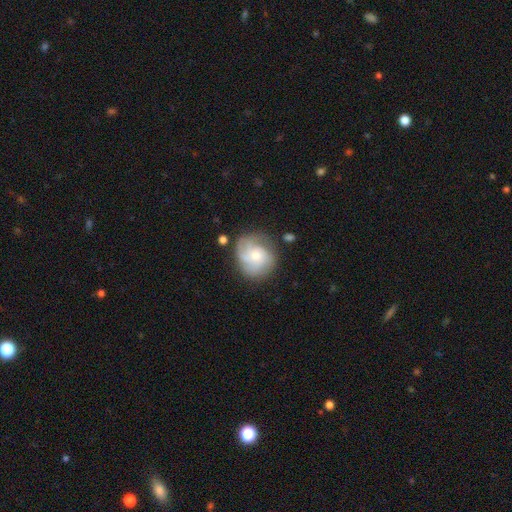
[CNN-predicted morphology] A featured or disk galaxy (68%) with no bar (76%), 3 (38%) tight (44%) spiral arms (91%) and a small central bulge (51%).

Vote fractions:
- Smooth or featured? featured or disk: 68% / smooth: 25% / star or artifact: 7%
- Edge-on disk? no: 98% / yes: 2%
- Bar? no: 76% / weak: 21% / strong: 2%
- Spiral arms? yes: 91% / no: 9%
- Spiral winding? tight: 44% / medium: 39% / loose: 17%
- Spiral arm count? 3: 38% / can't tell: 25% / 2: 14% / 4: 13% / 1: 6% / more than 4: 5%
- Bulge size? small: 51% / moderate: 44% / large: 3% / none: 2% / dominant: 1%
- Merging? none: 70% / minor disturbance: 19% / major disturbance: 9% / merger: 3%